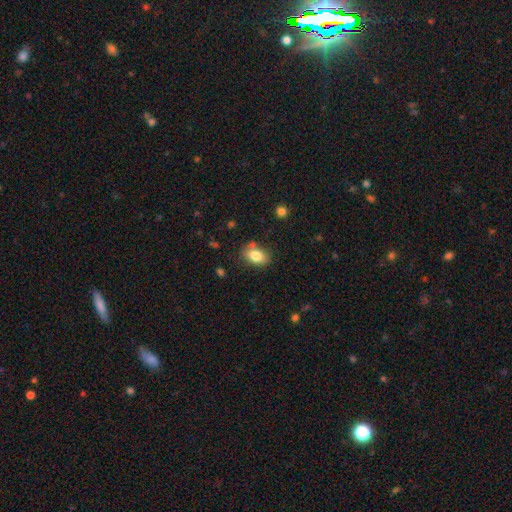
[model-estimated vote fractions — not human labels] Q: Smooth or featured?
A: smooth (82%); runner-up: featured or disk (10%)
Q: How rounded?
A: in between (81%); runner-up: round (17%)
Q: Merging?
A: none (75%); runner-up: minor disturbance (15%)